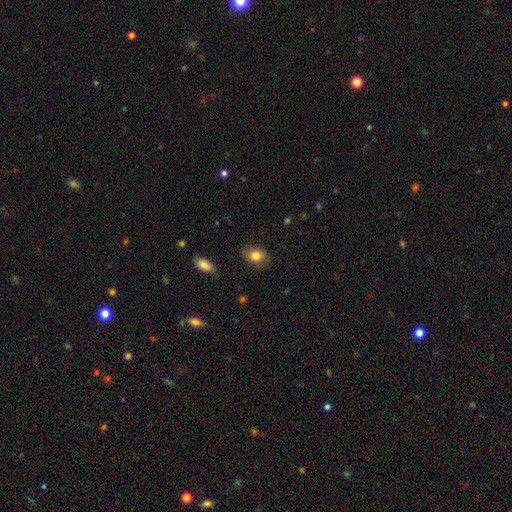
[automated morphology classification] Smooth or featured?
  - smooth: 80% *
  - featured or disk: 12%
  - star or artifact: 8%
How rounded?
  - in between: 75% *
  - round: 24%
  - cigar-shaped: 1%
Merging?
  - none: 83% *
  - minor disturbance: 13%
  - major disturbance: 3%
  - merger: 1%